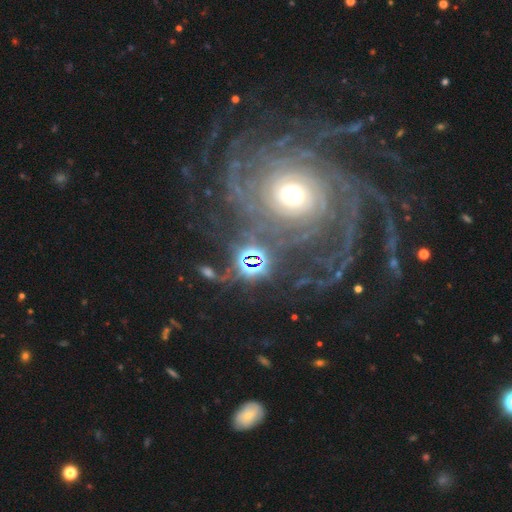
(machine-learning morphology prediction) A featured or disk galaxy (78%) with no bar (73%), more than 4 (25%) tight (70%) spiral arms (92%) and a moderate central bulge (57%).

Vote fractions:
- Smooth or featured? featured or disk: 78% / star or artifact: 14% / smooth: 8%
- Edge-on disk? no: 96% / yes: 4%
- Bar? no: 73% / weak: 16% / strong: 11%
- Spiral arms? yes: 92% / no: 8%
- Spiral winding? tight: 70% / medium: 20% / loose: 10%
- Spiral arm count? more than 4: 25% / can't tell: 24% / 4: 14% / 2: 13% / 3: 13% / 1: 10%
- Bulge size? moderate: 57% / small: 25% / large: 13% / dominant: 3% / none: 2%
- Merging? none: 65% / major disturbance: 16% / minor disturbance: 12% / merger: 7%